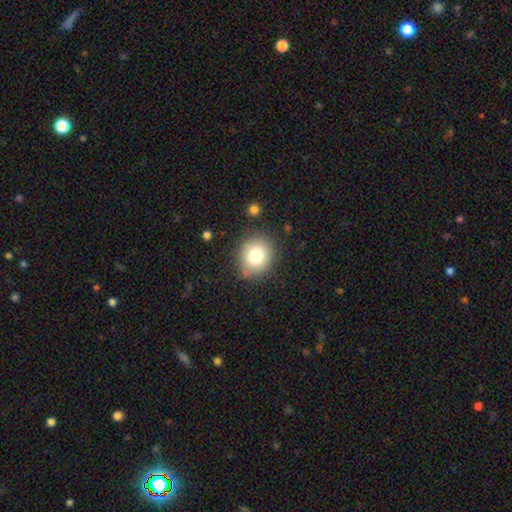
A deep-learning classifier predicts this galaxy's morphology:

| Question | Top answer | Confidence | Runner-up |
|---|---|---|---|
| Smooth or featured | smooth | 78% | featured or disk (11%) |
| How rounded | round | 77% | in between (22%) |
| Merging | none | 82% | minor disturbance (12%) |